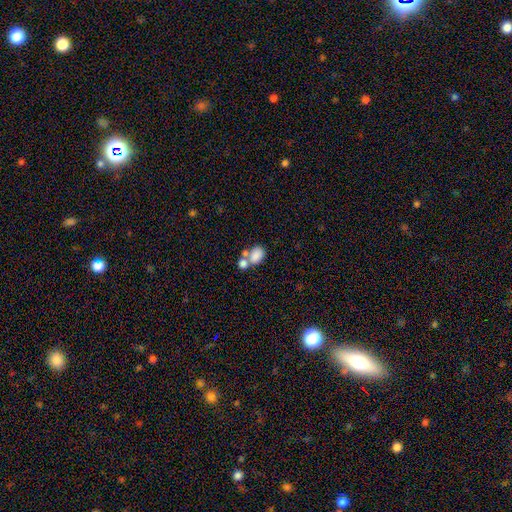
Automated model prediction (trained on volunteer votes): This is clearly a smooth galaxy (80%). How rounded: likely in between (80%). Merging: possibly merger (53%).